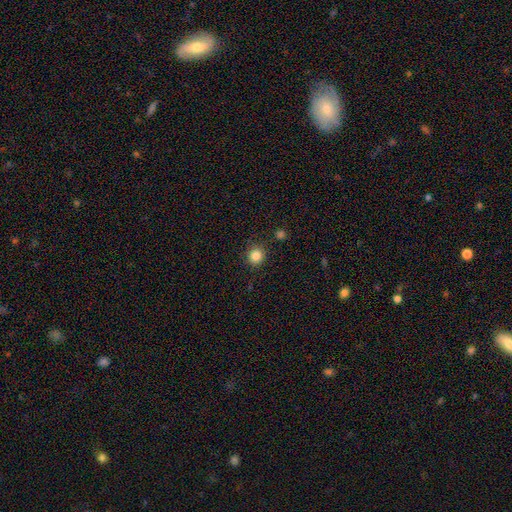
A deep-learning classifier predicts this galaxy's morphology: A smooth galaxy with no disk features (84%) that is round (90%). Merging: none (88%).